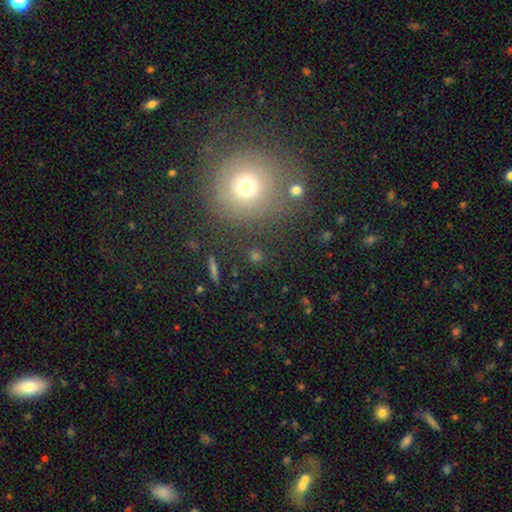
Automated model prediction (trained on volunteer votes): Smooth or featured? Predicted: smooth (p=0.63). How rounded? Predicted: round (p=0.81). Merging? Predicted: none (p=0.84).